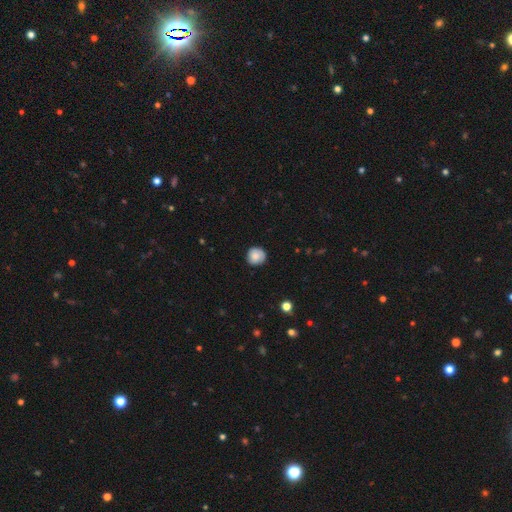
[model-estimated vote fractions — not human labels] Smooth or featured? Predicted: smooth (p=0.82). How rounded? Predicted: round (p=0.93). Merging? Predicted: none (p=0.84).